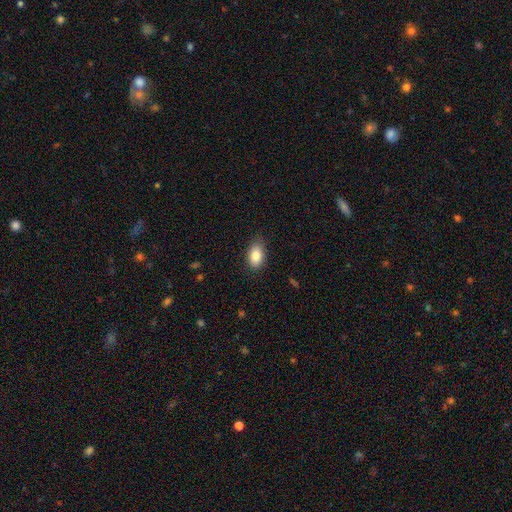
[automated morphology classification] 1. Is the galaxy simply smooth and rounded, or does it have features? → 85% smooth, 8% star or artifact, 7% featured or disk.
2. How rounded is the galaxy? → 90% in between, 8% round, 2% cigar-shaped.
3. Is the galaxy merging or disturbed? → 82% none, 15% minor disturbance, 3% major disturbance, 1% merger.